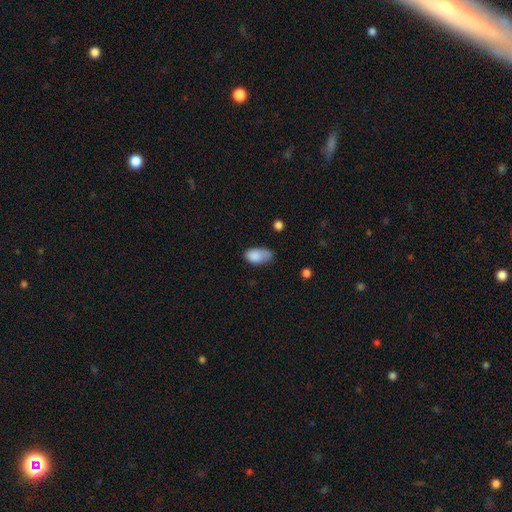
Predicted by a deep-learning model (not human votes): smooth_or_featured: smooth (p=0.84) [alt: featured or disk p=0.08]
how_rounded: in between (p=0.91) [alt: round p=0.06]
merging: none (p=0.40) [tied with: minor disturbance p=0.40]